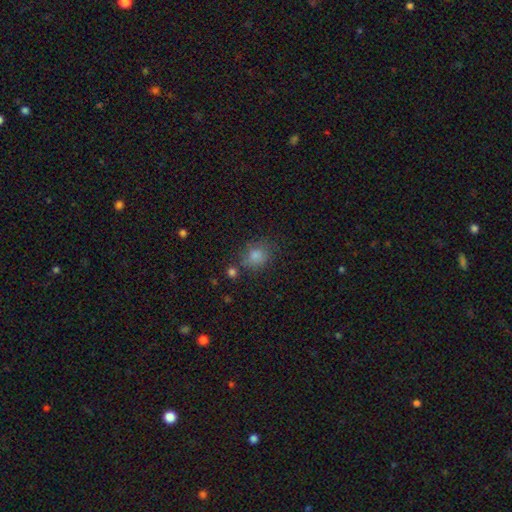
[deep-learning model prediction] Smooth or featured? Predicted: smooth (p=0.76). How rounded? Predicted: round (p=0.66). Merging? Predicted: none (p=0.74).